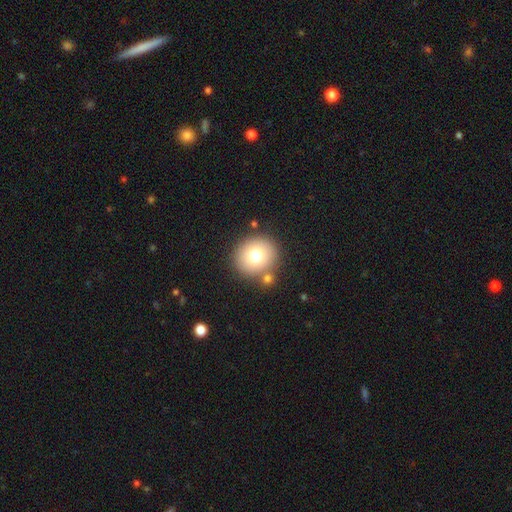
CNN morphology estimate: Smooth or featured?
  - smooth: 73% *
  - featured or disk: 15%
  - star or artifact: 12%
How rounded?
  - round: 89% *
  - in between: 10%
  - cigar-shaped: 1%
Merging?
  - none: 79% *
  - merger: 10%
  - minor disturbance: 8%
  - major disturbance: 3%